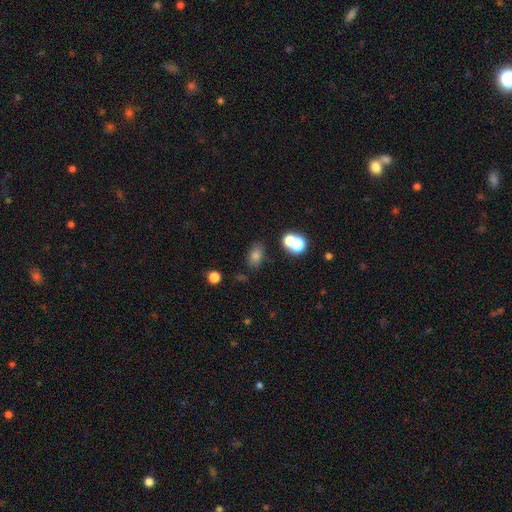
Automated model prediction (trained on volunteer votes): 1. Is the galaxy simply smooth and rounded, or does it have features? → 75% smooth, 15% star or artifact, 10% featured or disk.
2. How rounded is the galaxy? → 80% in between, 18% round, 2% cigar-shaped.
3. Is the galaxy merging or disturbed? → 71% none, 13% minor disturbance, 11% merger, 5% major disturbance.